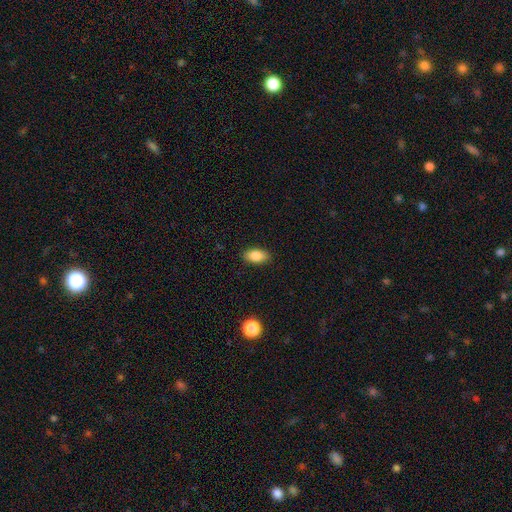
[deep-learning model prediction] This appears to be a smooth galaxy with no disk features (85%) that is in between round and cigar-shaped (90%). Merging: none (88%).